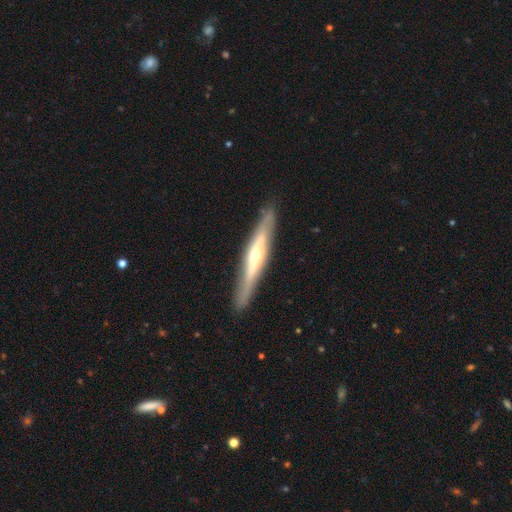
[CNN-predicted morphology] Q: Smooth or featured?
A: featured or disk (70%); runner-up: smooth (25%)
Q: Edge-on disk?
A: yes (87%); runner-up: no (13%)
Q: Edge-on bulge?
A: rounded (80%); runner-up: none (14%)
Q: Merging?
A: none (87%); runner-up: minor disturbance (9%)